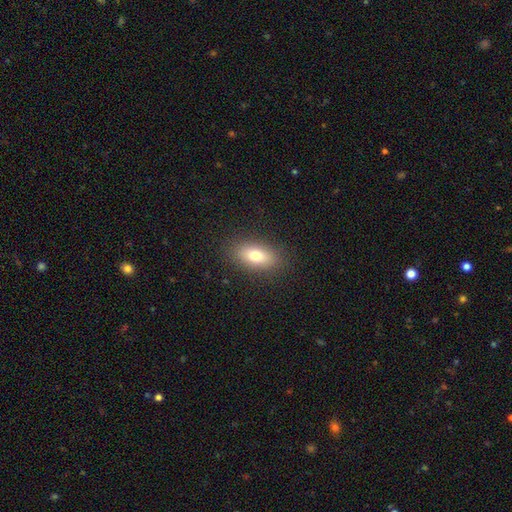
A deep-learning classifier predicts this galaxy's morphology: Smooth or featured?
  - smooth: 76% *
  - featured or disk: 15%
  - star or artifact: 9%
How rounded?
  - in between: 84% *
  - cigar-shaped: 8%
  - round: 8%
Merging?
  - none: 87% *
  - minor disturbance: 9%
  - major disturbance: 3%
  - merger: 1%